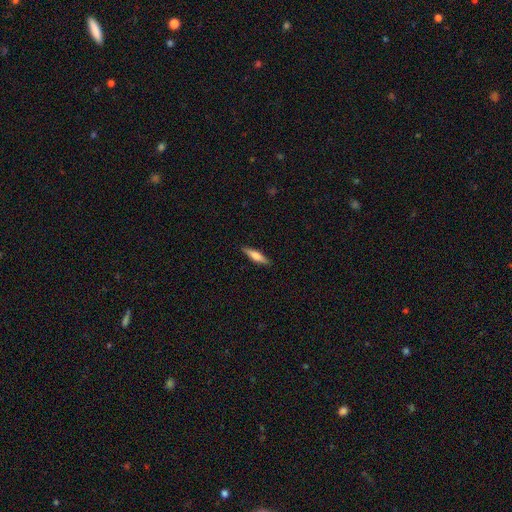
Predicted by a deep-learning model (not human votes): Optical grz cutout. It shows a smooth galaxy with no disk features (59%) that is cigar-shaped (77%). Merging: none (89%).